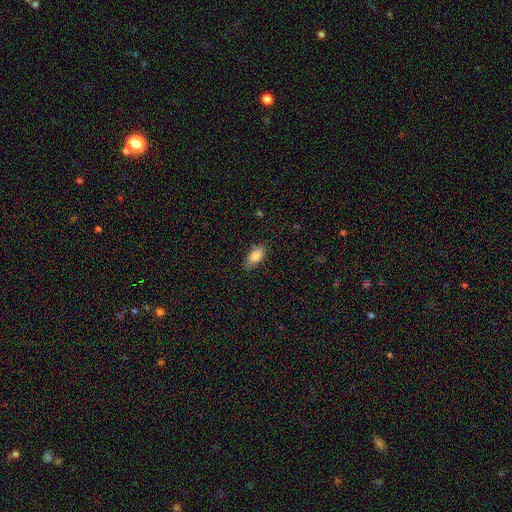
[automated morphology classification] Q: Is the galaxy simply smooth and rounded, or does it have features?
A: smooth — 84%.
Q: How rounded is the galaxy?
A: in between — 88%.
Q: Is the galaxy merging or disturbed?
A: none — 80%.